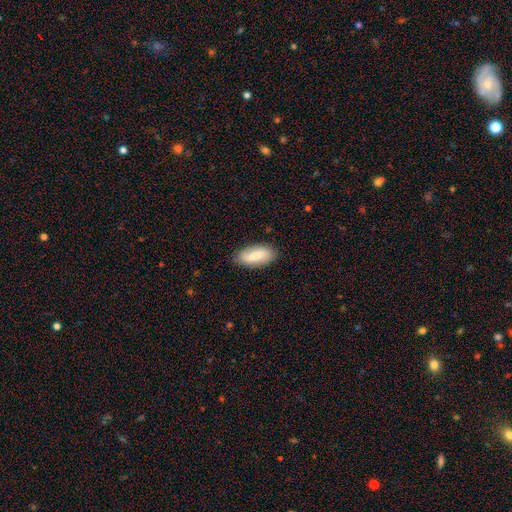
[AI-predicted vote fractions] Smooth or featured? smooth (71%)
How rounded? in between (88%)
Merging? none (85%)